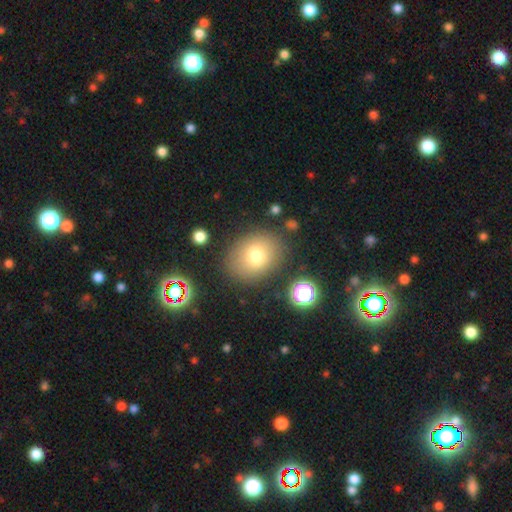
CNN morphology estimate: smooth_or_featured: smooth (p=0.75) [alt: featured or disk p=0.13]
how_rounded: round (p=0.50) [alt: in between p=0.49]
merging: none (p=0.81) [alt: minor disturbance p=0.12]